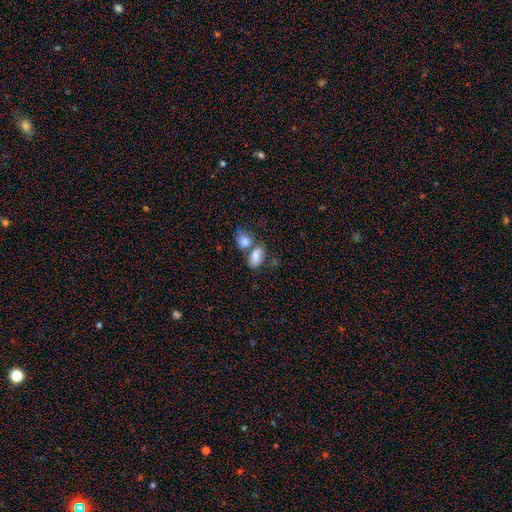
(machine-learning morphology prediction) This appears to be a smooth galaxy with no disk features (79%) that is in between round and cigar-shaped (84%). Merging: merger (41%).